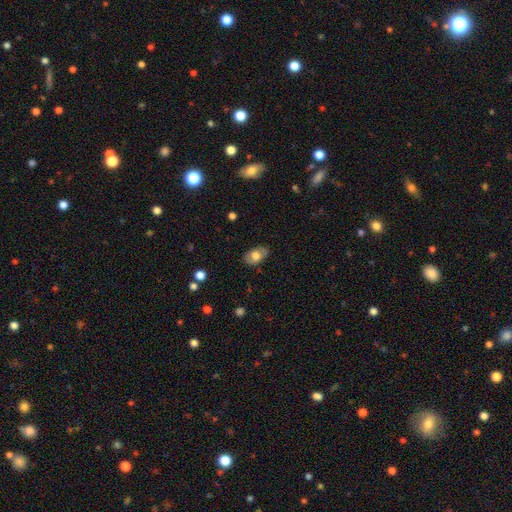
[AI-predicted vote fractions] smooth 67%, featured or disk 26%, star or artifact 7%. Down the decision tree: how rounded — in between (89%); merging — none (82%).